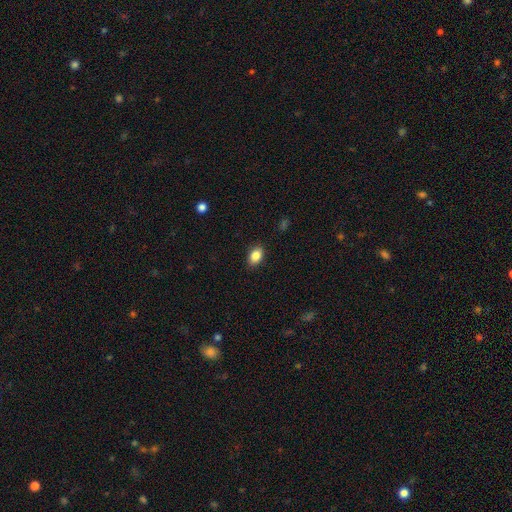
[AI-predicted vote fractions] The model was most divided on "how rounded": in between: 85%, round: 14%, cigar-shaped: 1%. More confident: merging — none (88%); smooth or featured — smooth (86%).